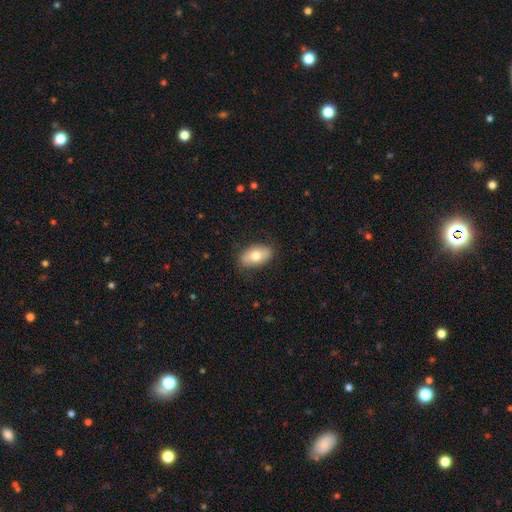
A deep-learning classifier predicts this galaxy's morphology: This appears to be a smooth galaxy with no disk features (70%) that is in between round and cigar-shaped (92%). Merging: none (83%).